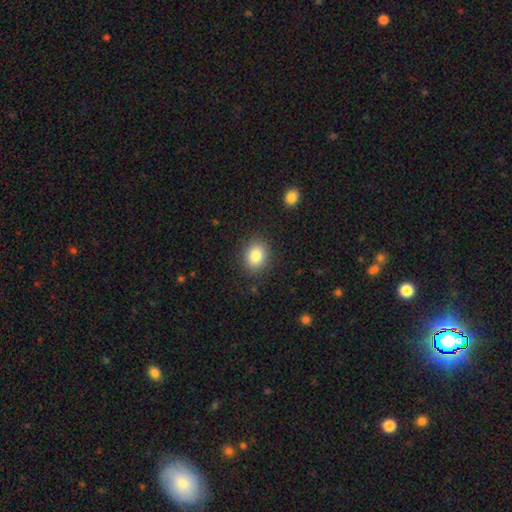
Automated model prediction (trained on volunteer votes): This appears to be a smooth galaxy with no disk features (84%) that is round (51%). Merging: none (87%).